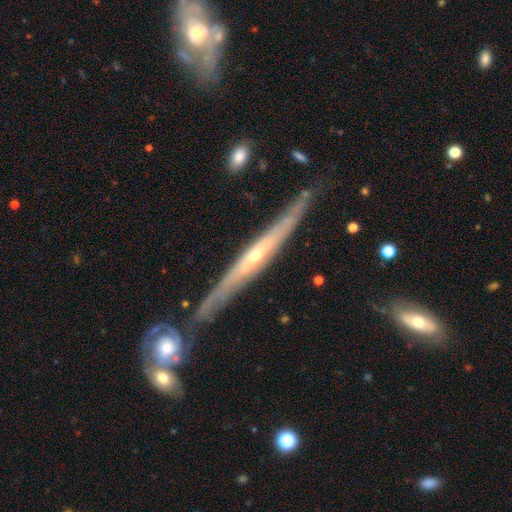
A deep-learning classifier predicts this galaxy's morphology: Smooth or featured? featured or disk (82%)
Edge-on disk? yes (93%)
Edge-on bulge? rounded (64%)
Merging? none (80%)